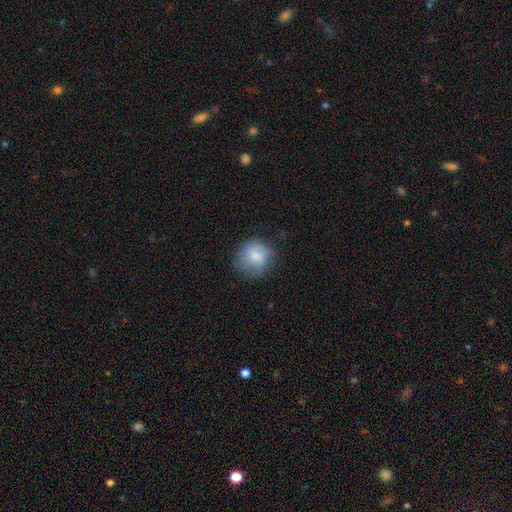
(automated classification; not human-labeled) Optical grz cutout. It shows a smooth galaxy with no disk features (75%) that is round (84%). Merging: none (67%).